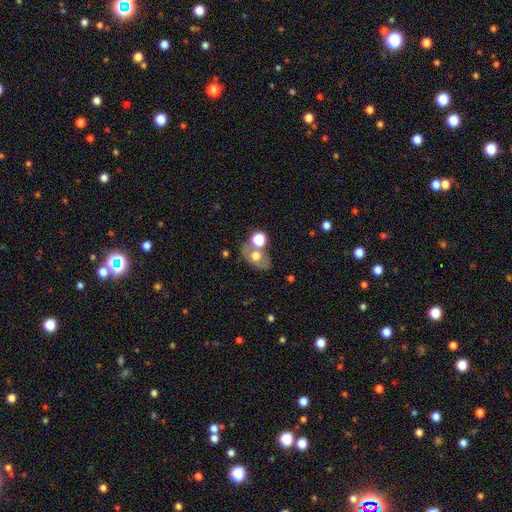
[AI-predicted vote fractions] This appears to be a smooth galaxy with no disk features (51%) that is in between round and cigar-shaped (67%). Merging: none (50%).